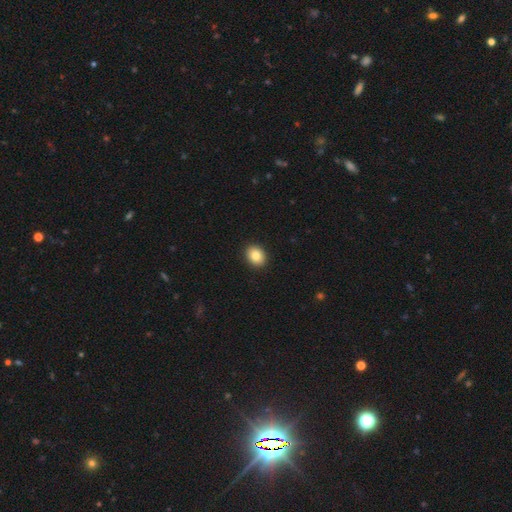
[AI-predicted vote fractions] The model was most divided on "how rounded": round: 50%, in between: 49%, cigar-shaped: 1%. More confident: merging — none (92%); smooth or featured — smooth (84%).